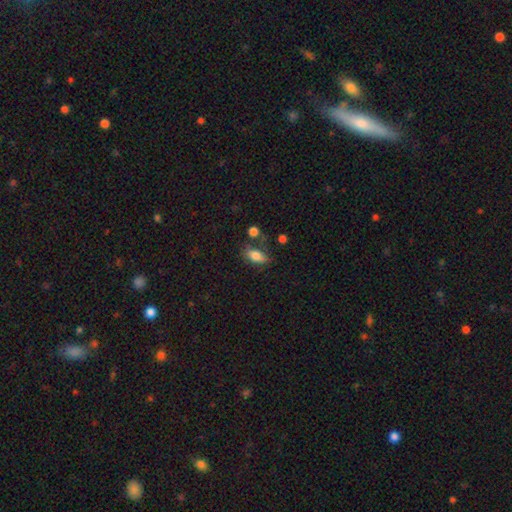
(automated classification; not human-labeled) smooth_or_featured: smooth (p=0.78) [alt: featured or disk p=0.13]
how_rounded: in between (p=0.86) [alt: round p=0.07]
merging: none (p=0.53) [alt: minor disturbance p=0.25]